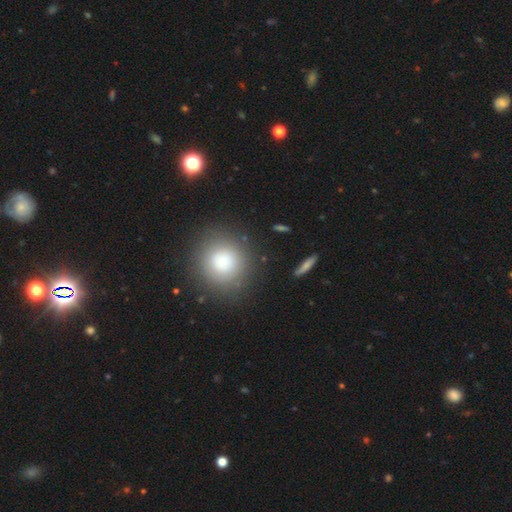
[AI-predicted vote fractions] Smooth or featured? Predicted: smooth (p=0.60). How rounded? Predicted: round (p=0.91). Merging? Predicted: none (p=0.90).